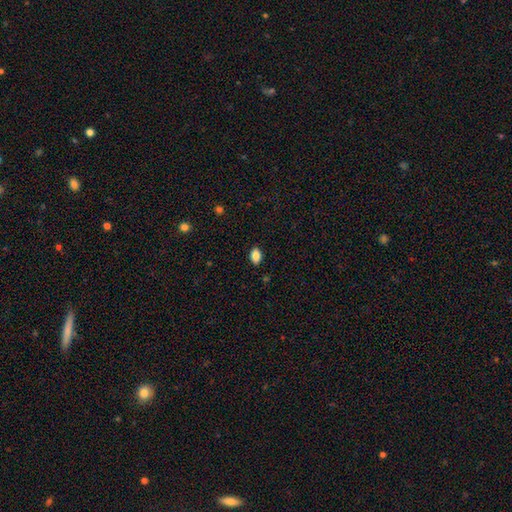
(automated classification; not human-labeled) Overall: smooth (86%). How rounded: in between (87%). Merging: none (88%).